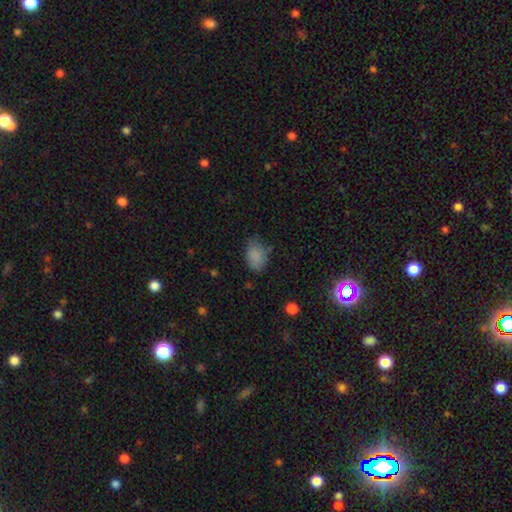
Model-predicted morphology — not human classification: smooth 85%, star or artifact 9%, featured or disk 6%. Down the decision tree: how rounded — in between (83%); merging — none (68%).